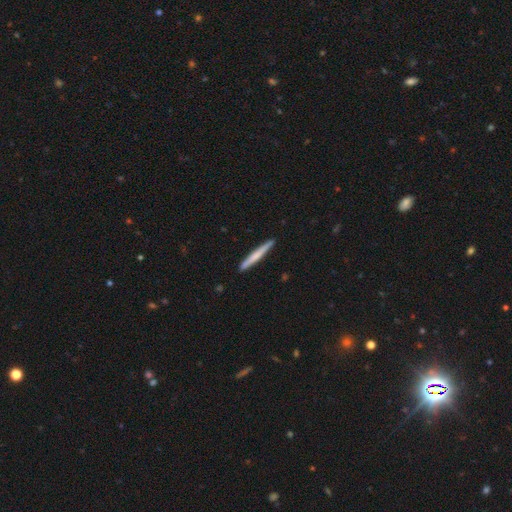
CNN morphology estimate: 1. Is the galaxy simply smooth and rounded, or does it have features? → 57% smooth, 38% featured or disk, 5% star or artifact.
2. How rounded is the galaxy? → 97% cigar-shaped, 2% in between, 1% round.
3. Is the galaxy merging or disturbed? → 91% none, 6% minor disturbance, 1% major disturbance, 1% merger.